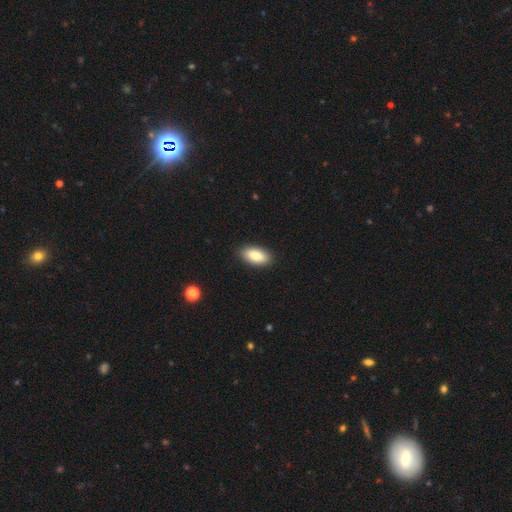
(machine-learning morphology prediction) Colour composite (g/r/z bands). It shows a smooth galaxy with no disk features (85%) that is in between round and cigar-shaped (92%). Merging: none (89%).